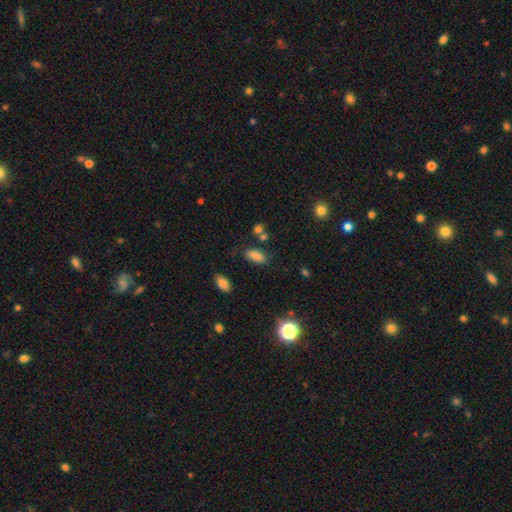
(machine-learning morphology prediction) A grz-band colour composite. It shows a smooth galaxy with no disk features (81%) that is in between round and cigar-shaped (86%). Merging: none (72%).